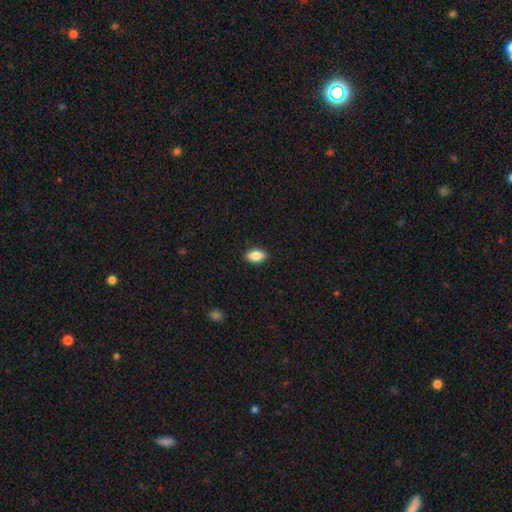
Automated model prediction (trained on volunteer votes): Smooth or featured?
  - smooth: 86% *
  - star or artifact: 7%
  - featured or disk: 6%
How rounded?
  - in between: 90% *
  - round: 5%
  - cigar-shaped: 5%
Merging?
  - none: 90% *
  - minor disturbance: 7%
  - major disturbance: 2%
  - merger: 1%